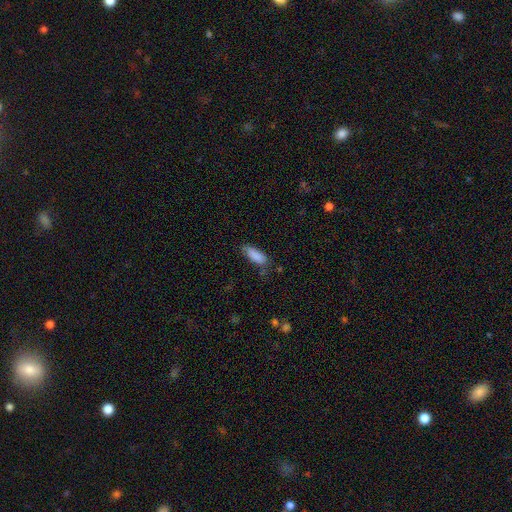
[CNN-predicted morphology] smooth_or_featured: smooth (p=0.88) [alt: star or artifact p=0.07]
how_rounded: in between (p=0.69) [alt: cigar-shaped p=0.30]
merging: none (p=0.69) [alt: minor disturbance p=0.23]